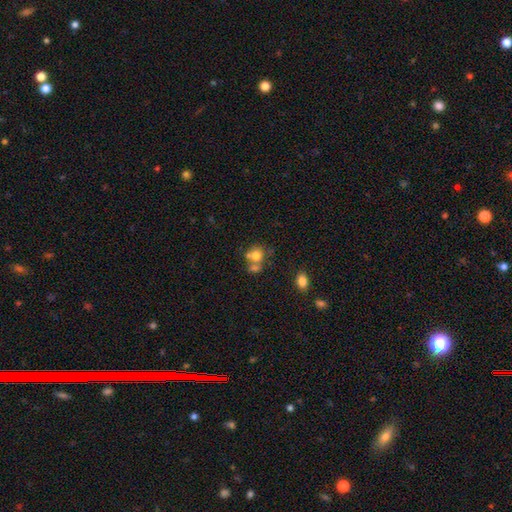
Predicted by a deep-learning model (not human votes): smooth-or-featured: smooth: 74% | featured or disk: 15% | star or artifact: 11%
  how-rounded: round: 72% | in between: 27% | cigar-shaped: 1%
  merging: merger: 46% | none: 38% | minor disturbance: 11% | major disturbance: 5%